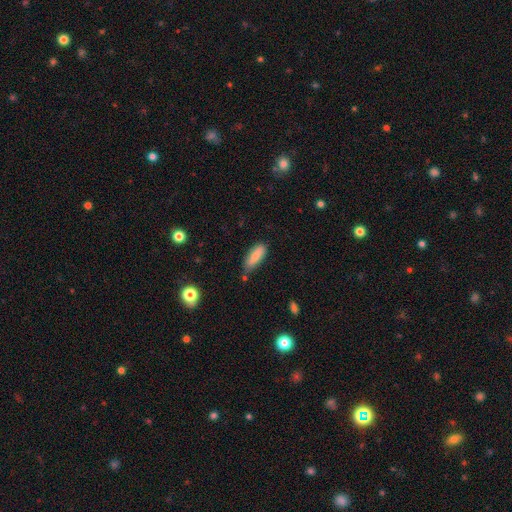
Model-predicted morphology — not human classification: This appears to be a smooth galaxy with no disk features (84%) that is in between round and cigar-shaped (60%). Merging: none (70%).